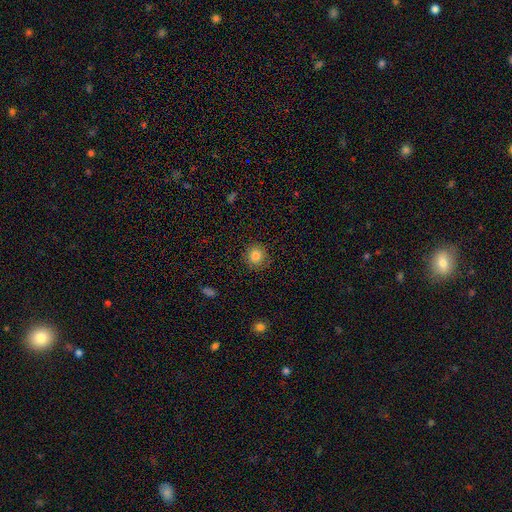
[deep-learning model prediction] smooth 83%, star or artifact 11%, featured or disk 6%. Down the decision tree: how rounded — round (92%); merging — none (87%).